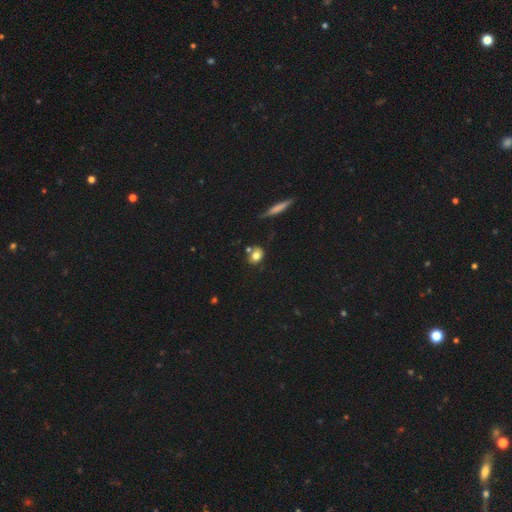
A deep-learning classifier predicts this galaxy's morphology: Smooth or featured? smooth (77%)
How rounded? in between (49%)
Merging? none (64%)